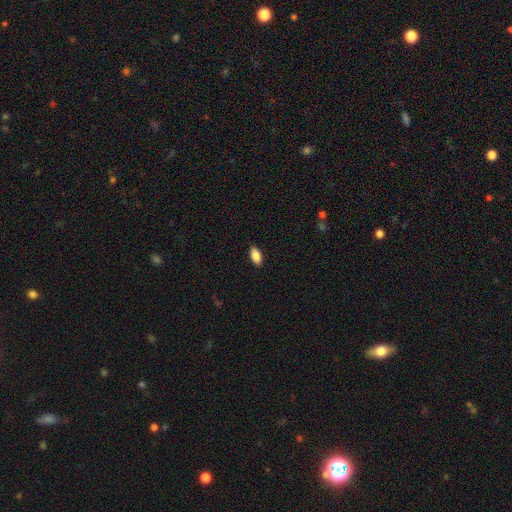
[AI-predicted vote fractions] Morphology: type=smooth (86%); roundness=in between (92%); merging=none (89%).